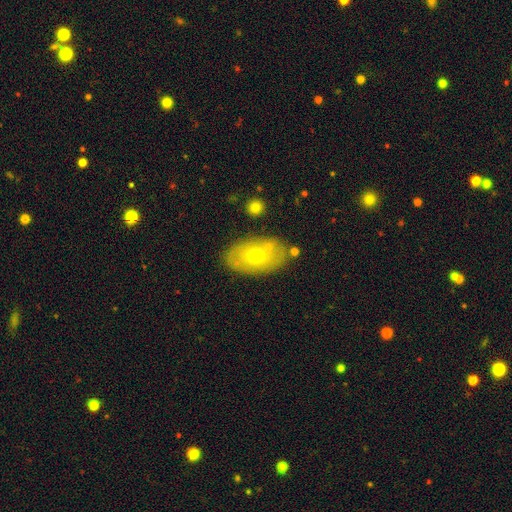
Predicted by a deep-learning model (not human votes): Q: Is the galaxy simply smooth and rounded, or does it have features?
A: smooth — 58%.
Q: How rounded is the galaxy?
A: in between — 89%.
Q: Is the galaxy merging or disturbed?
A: none — 74%.